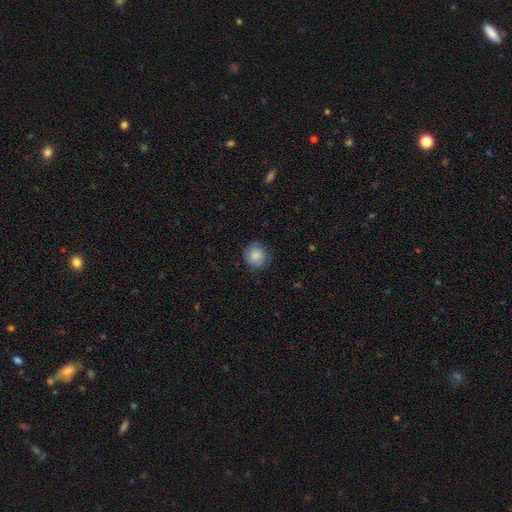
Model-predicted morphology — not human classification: Smooth or featured?
  - smooth: 84% *
  - featured or disk: 8%
  - star or artifact: 8%
How rounded?
  - round: 86% *
  - in between: 13%
  - cigar-shaped: 1%
Merging?
  - none: 81% *
  - minor disturbance: 15%
  - major disturbance: 4%
  - merger: 1%